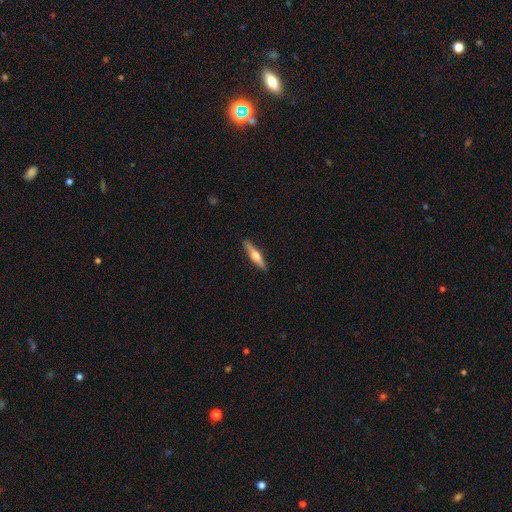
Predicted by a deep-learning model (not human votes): A featured or disk galaxy (51%) viewed edge-on (95%).

Vote fractions:
- Smooth or featured? featured or disk: 51% / smooth: 43% / star or artifact: 5%
- Edge-on disk? yes: 95% / no: 5%
- Merging? none: 90% / minor disturbance: 7% / major disturbance: 2% / merger: 1%